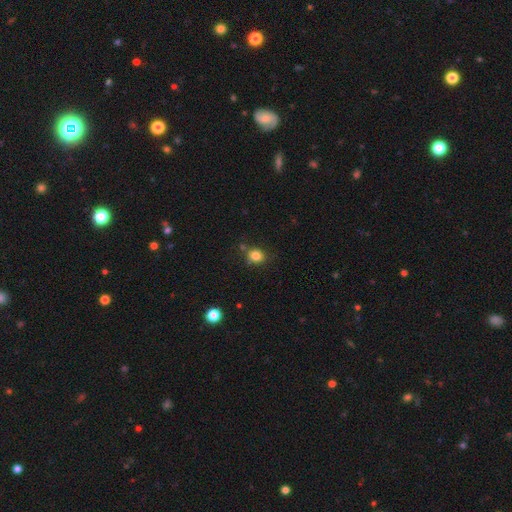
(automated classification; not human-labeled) Smooth or featured?
  - smooth: 83% *
  - star or artifact: 12%
  - featured or disk: 6%
How rounded?
  - round: 70% *
  - in between: 29%
  - cigar-shaped: 1%
Merging?
  - none: 73% *
  - minor disturbance: 15%
  - merger: 8%
  - major disturbance: 4%